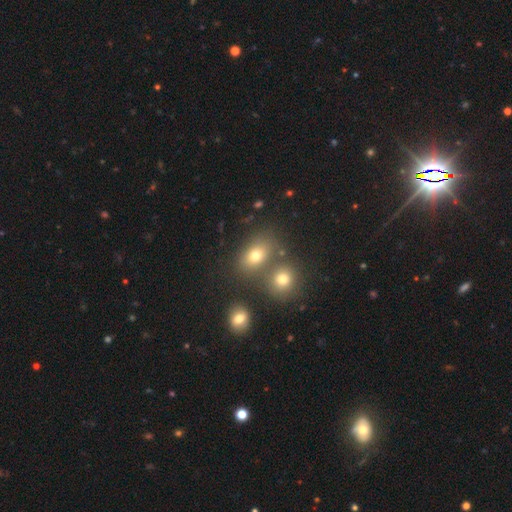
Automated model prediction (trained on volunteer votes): Q: Smooth or featured?
A: smooth (72%); runner-up: star or artifact (16%)
Q: How rounded?
A: in between (63%); runner-up: round (35%)
Q: Merging?
A: none (61%); runner-up: merger (23%)